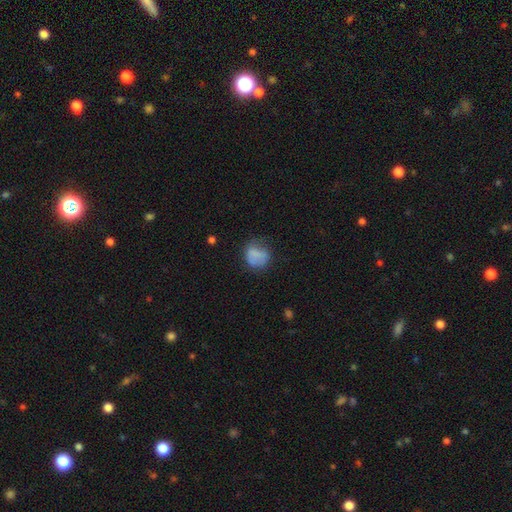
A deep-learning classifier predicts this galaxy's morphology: A smooth galaxy with no disk features (73%) that is round (66%). Merging: none (52%).